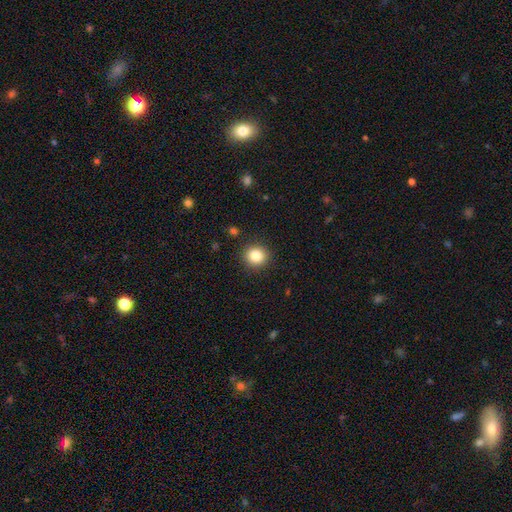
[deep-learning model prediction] Morphology: type=smooth (84%); roundness=round (89%); merging=none (91%).